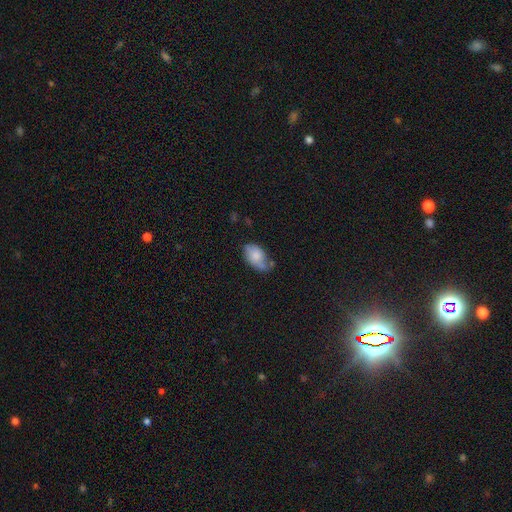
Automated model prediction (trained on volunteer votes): A smooth galaxy with no disk features (70%) that is in between round and cigar-shaped (92%).

Vote fractions:
- Smooth or featured? smooth: 70% / featured or disk: 23% / star or artifact: 8%
- How rounded? in between: 92% / round: 6% / cigar-shaped: 2%
- Merging? none: 43% / minor disturbance: 36% / major disturbance: 13% / merger: 8%